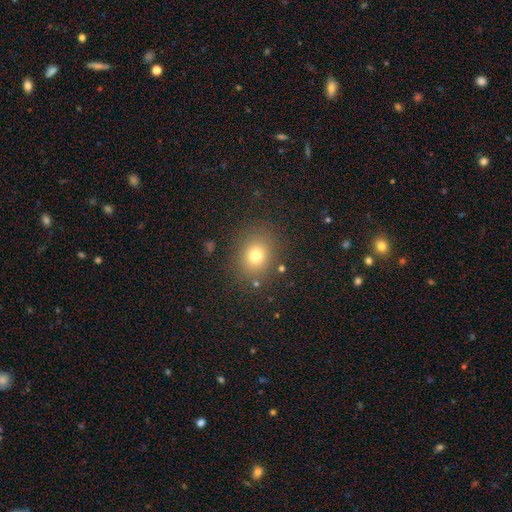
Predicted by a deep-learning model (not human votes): smooth-or-featured: smooth: 76% | star or artifact: 14% | featured or disk: 9%
  how-rounded: round: 62% | in between: 37% | cigar-shaped: 1%
  merging: none: 84% | minor disturbance: 10% | major disturbance: 4% | merger: 2%